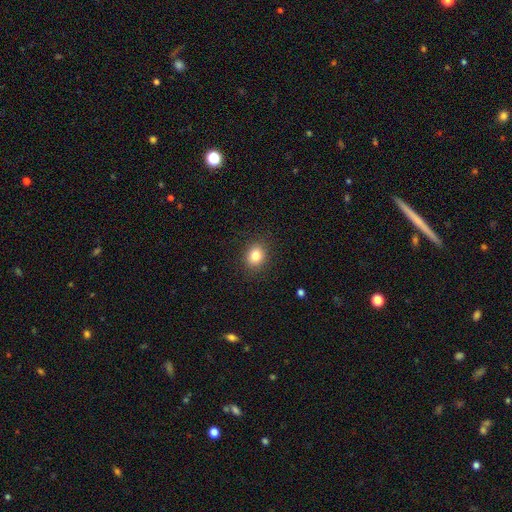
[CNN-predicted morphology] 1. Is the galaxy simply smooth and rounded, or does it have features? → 83% smooth, 11% star or artifact, 6% featured or disk.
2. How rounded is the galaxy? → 62% round, 37% in between, 1% cigar-shaped.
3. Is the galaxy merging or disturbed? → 88% none, 8% minor disturbance, 3% major disturbance, 1% merger.